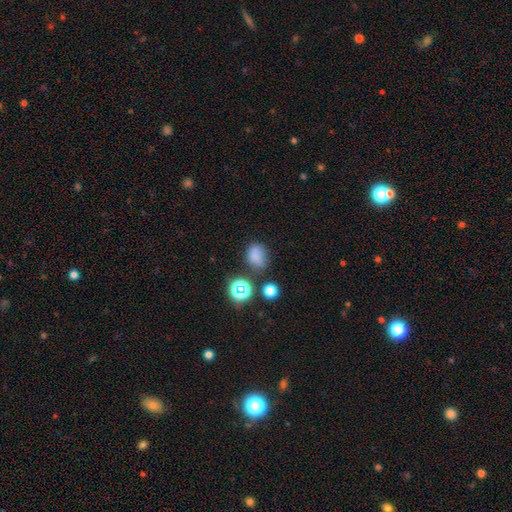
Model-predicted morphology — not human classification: smooth_or_featured: smooth (p=0.73) [alt: star or artifact p=0.20]
how_rounded: in between (p=0.58) [alt: round p=0.41]
merging: none (p=0.65) [alt: minor disturbance p=0.20]